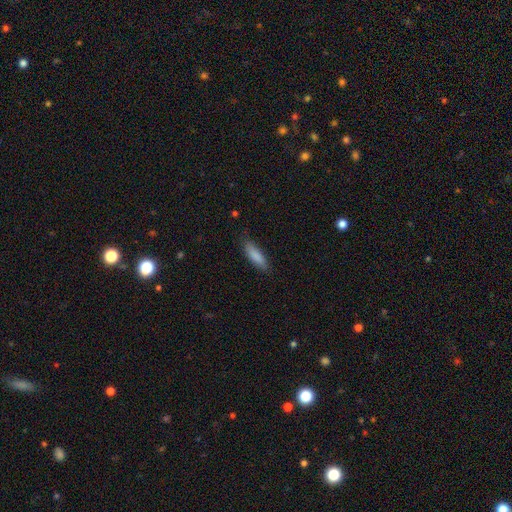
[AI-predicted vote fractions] A smooth galaxy with no disk features (87%) that is in between round and cigar-shaped (50%).

Vote fractions:
- Smooth or featured? smooth: 87% / featured or disk: 7% / star or artifact: 6%
- How rounded? in between: 50% / cigar-shaped: 49% / round: 2%
- Merging? none: 79% / minor disturbance: 16% / major disturbance: 3% / merger: 1%